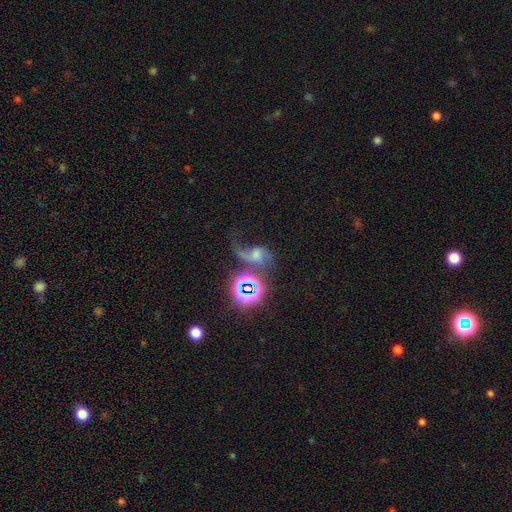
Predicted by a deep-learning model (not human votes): Q: Smooth or featured?
A: featured or disk (49%); runner-up: star or artifact (26%)
Q: Merging?
A: major disturbance (36%); runner-up: none (29%)